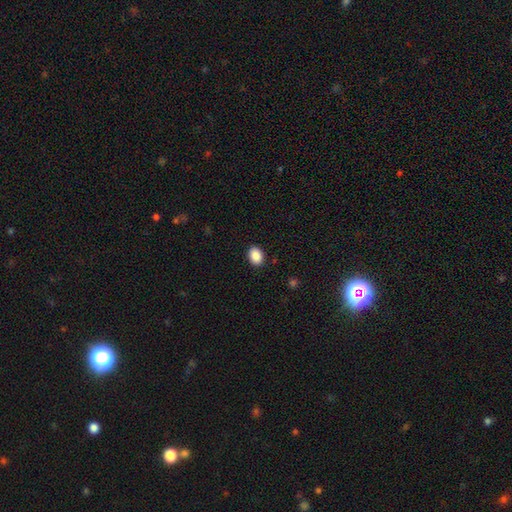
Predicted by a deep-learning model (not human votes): The model was most divided on "how rounded": in between: 74%, round: 25%, cigar-shaped: 1%. More confident: merging — none (90%); smooth or featured — smooth (90%).